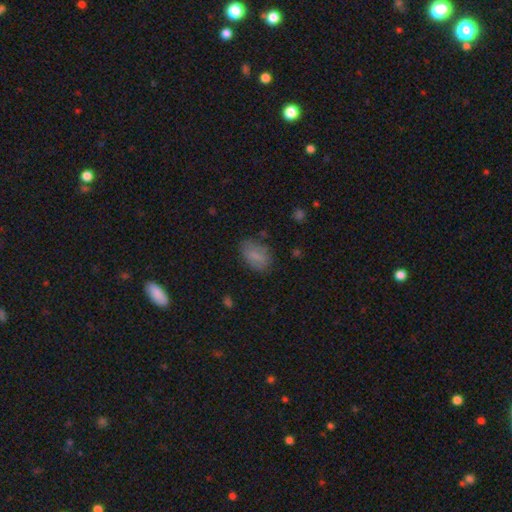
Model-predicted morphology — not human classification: Overall: smooth (78%). How rounded: in between (88%). Merging: none (73%).